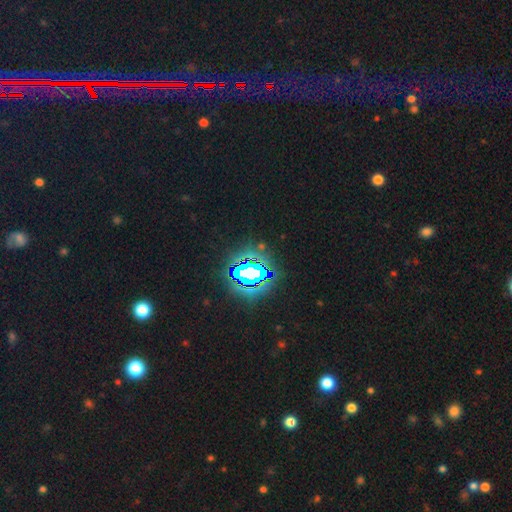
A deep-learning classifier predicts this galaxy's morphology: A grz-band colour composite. It shows a star or artifact, not a galaxy (84%).